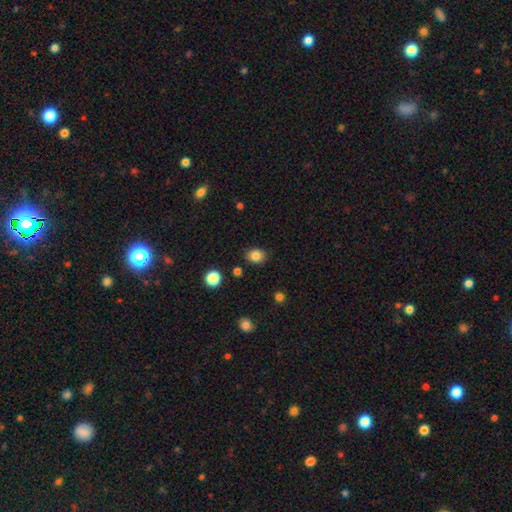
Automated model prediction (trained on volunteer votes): This is clearly a smooth galaxy (84%). How rounded: possibly round (53%). Merging: clearly none (84%).